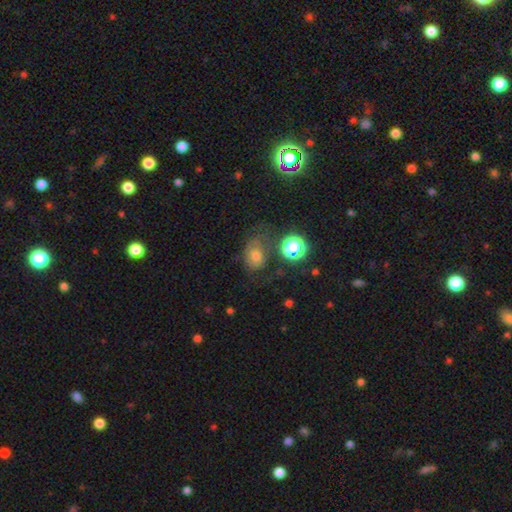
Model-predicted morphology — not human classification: smooth-or-featured: smooth: 57% | star or artifact: 22% | featured or disk: 21%
  how-rounded: in between: 58% | round: 41% | cigar-shaped: 1%
  merging: none: 50% | minor disturbance: 27% | major disturbance: 19% | merger: 5%